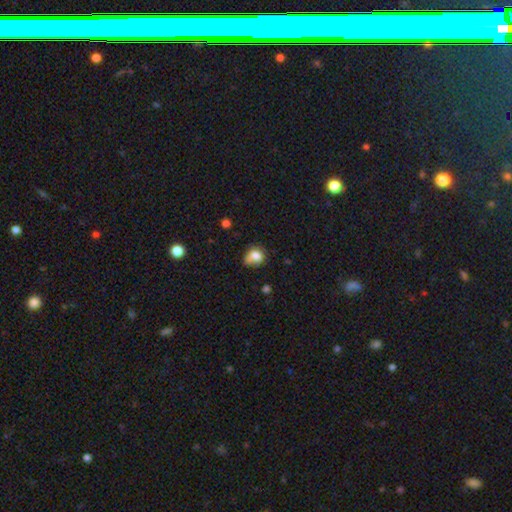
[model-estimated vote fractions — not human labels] A smooth galaxy with no disk features (77%) that is round (61%).

Vote fractions:
- Smooth or featured? smooth: 77% / featured or disk: 12% / star or artifact: 11%
- How rounded? round: 61% / in between: 38% / cigar-shaped: 1%
- Merging? none: 43% / minor disturbance: 34% / major disturbance: 12% / merger: 11%